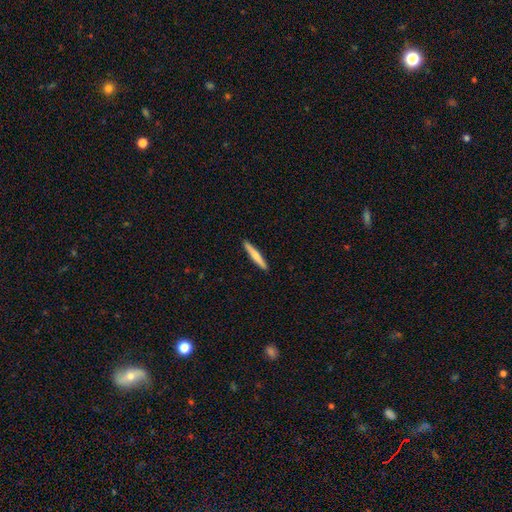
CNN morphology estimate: This is likely a smooth galaxy (66%). How rounded: clearly cigar-shaped (95%). Merging: clearly none (92%).